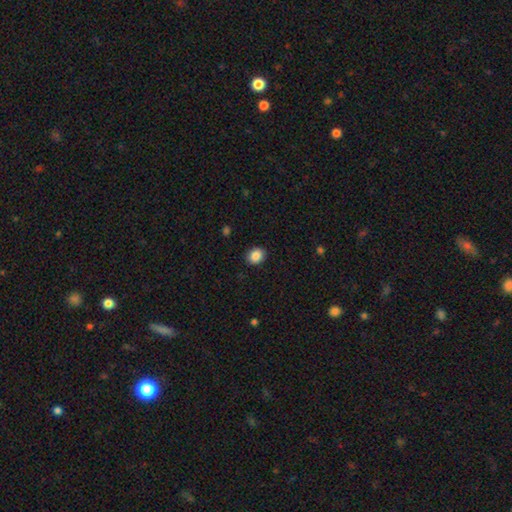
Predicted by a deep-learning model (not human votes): The model was most divided on "how rounded": round: 60%, in between: 39%, cigar-shaped: 1%. More confident: merging — none (90%); smooth or featured — smooth (87%).